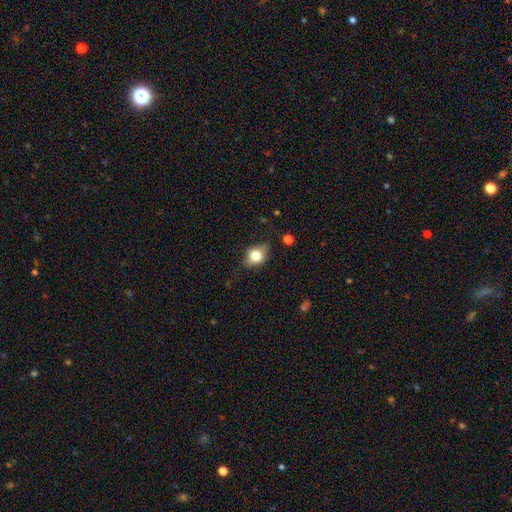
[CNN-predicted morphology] A smooth galaxy with no disk features (70%) that is in between round and cigar-shaped (60%).

Vote fractions:
- Smooth or featured? smooth: 70% / featured or disk: 20% / star or artifact: 10%
- How rounded? in between: 60% / round: 38% / cigar-shaped: 2%
- Merging? none: 73% / minor disturbance: 20% / major disturbance: 5% / merger: 2%